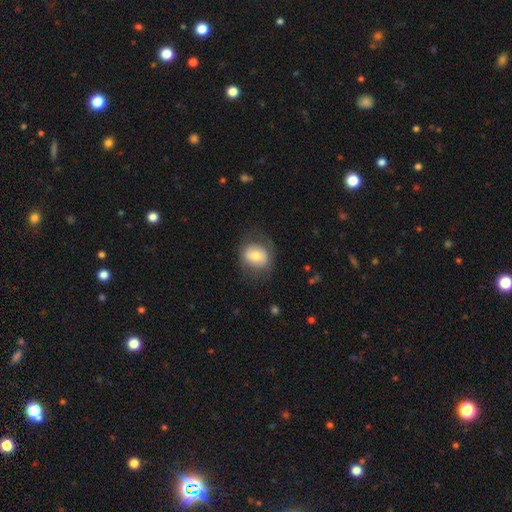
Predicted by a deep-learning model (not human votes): smooth 67%, featured or disk 25%, star or artifact 8%. Down the decision tree: how rounded — round (61%); merging — none (69%).